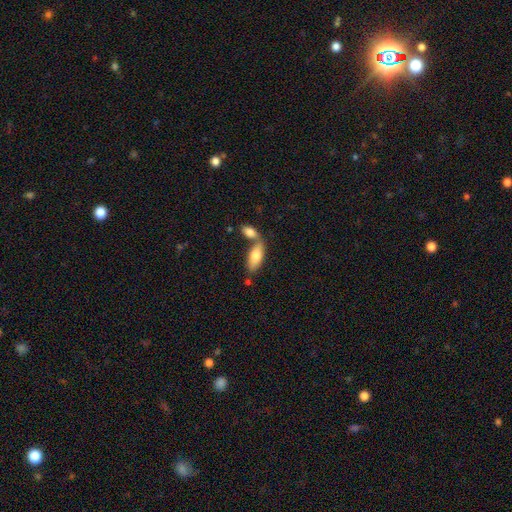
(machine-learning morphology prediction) smooth_or_featured: smooth (p=0.77) [alt: featured or disk p=0.18]
how_rounded: in between (p=0.82) [alt: cigar-shaped p=0.16]
merging: none (p=0.45) [alt: merger p=0.41]